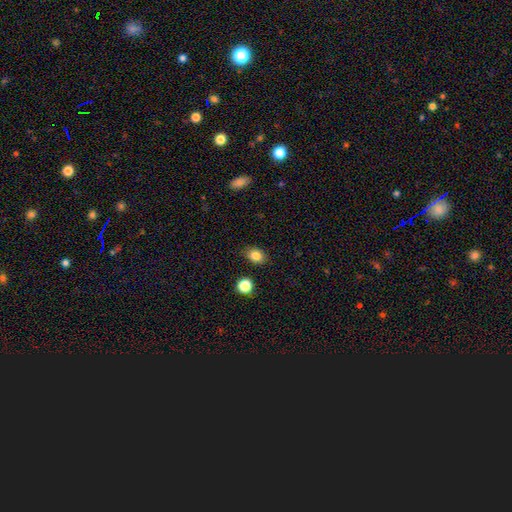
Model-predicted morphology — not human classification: The model was most divided on "how rounded": in between: 56%, round: 43%, cigar-shaped: 1%. More confident: merging — none (86%); smooth or featured — smooth (83%).